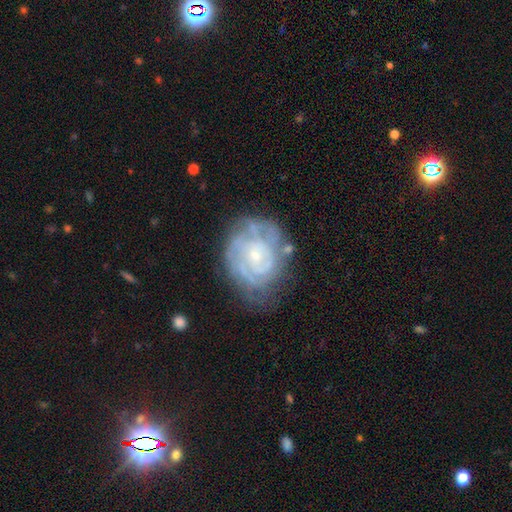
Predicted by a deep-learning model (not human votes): smooth_or_featured: featured or disk (p=0.81) [alt: smooth p=0.13]
disk_edge_on: no (p=0.98) [alt: yes p=0.02]
bar: no (p=0.72) [alt: weak p=0.23]
has_spiral_arms: yes (p=0.89) [alt: no p=0.11]
spiral_winding: tight (p=0.73) [alt: medium p=0.22]
spiral_arm_count: can't tell (p=0.45) [alt: 2 p=0.21]
bulge_size: small (p=0.68) [alt: moderate p=0.25]
merging: none (p=0.64) [alt: minor disturbance p=0.23]